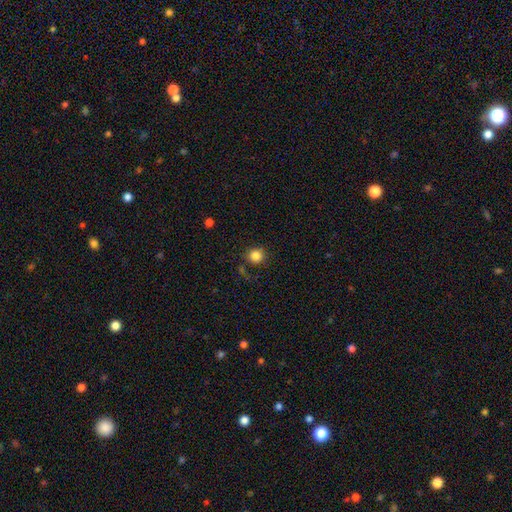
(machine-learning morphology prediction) This is clearly a smooth galaxy (83%). How rounded: clearly round (92%). Merging: clearly none (82%).